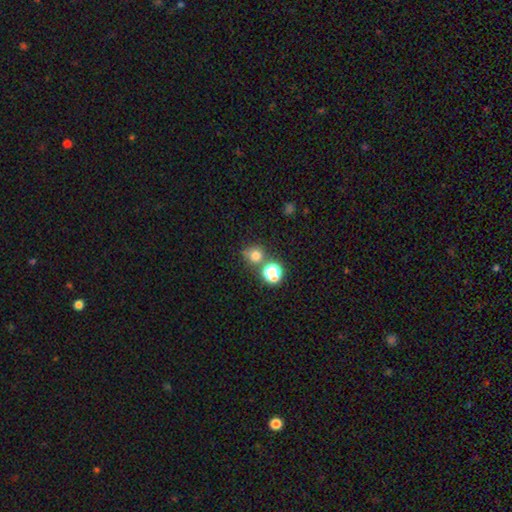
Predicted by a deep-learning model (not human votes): smooth-or-featured: smooth: 73% | star or artifact: 20% | featured or disk: 7%
  how-rounded: round: 87% | in between: 12% | cigar-shaped: 1%
  merging: none: 64% | merger: 21% | minor disturbance: 11% | major disturbance: 4%